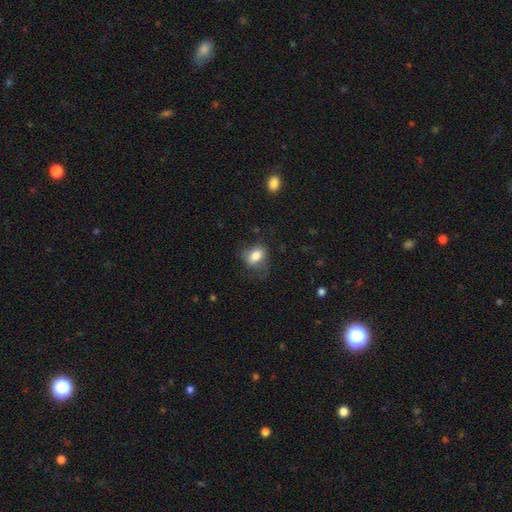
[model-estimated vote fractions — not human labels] This appears to be a smooth galaxy with no disk features (78%) that is in between round and cigar-shaped (71%). Merging: none (58%).